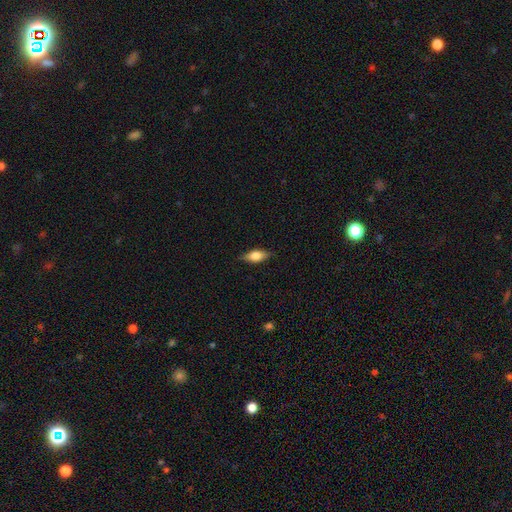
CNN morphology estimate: Smooth or featured? smooth (63%)
How rounded? in between (75%)
Merging? none (82%)